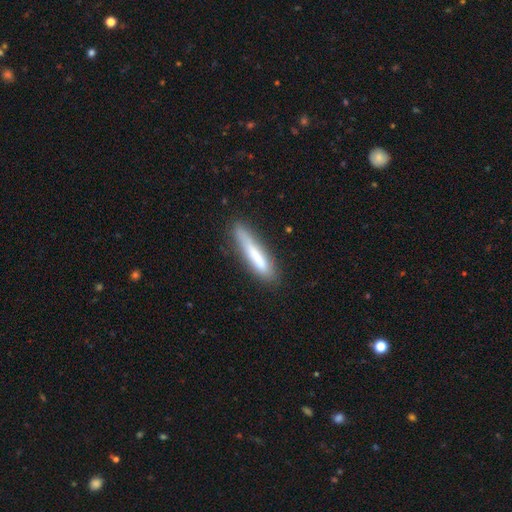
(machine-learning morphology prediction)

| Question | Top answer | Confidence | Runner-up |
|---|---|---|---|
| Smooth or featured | smooth | 71% | featured or disk (22%) |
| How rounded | cigar-shaped | 90% | in between (9%) |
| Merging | none | 76% | minor disturbance (18%) |